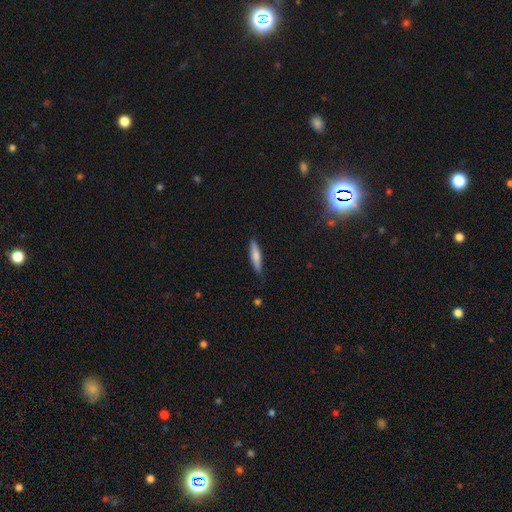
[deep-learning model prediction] smooth-or-featured: smooth: 73% | featured or disk: 21% | star or artifact: 6%
  how-rounded: cigar-shaped: 81% | in between: 18% | round: 2%
  merging: none: 81% | minor disturbance: 15% | major disturbance: 2% | merger: 1%